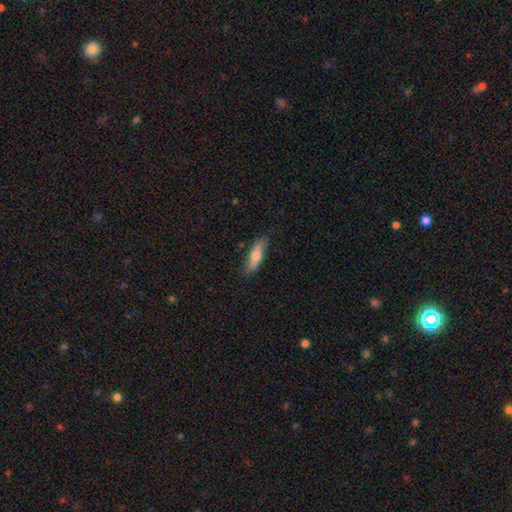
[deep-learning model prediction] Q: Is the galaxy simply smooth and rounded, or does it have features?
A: smooth — 67%.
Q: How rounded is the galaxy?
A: cigar-shaped — 62%.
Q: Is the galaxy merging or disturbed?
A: none — 78%.